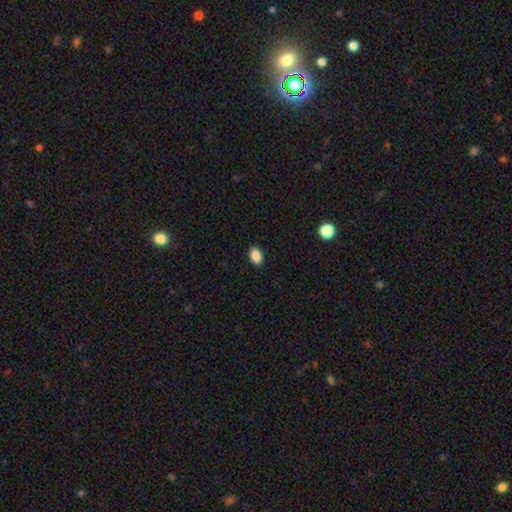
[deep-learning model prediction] smooth_or_featured: smooth (p=0.88) [alt: star or artifact p=0.08]
how_rounded: in between (p=0.88) [alt: round p=0.10]
merging: none (p=0.90) [alt: minor disturbance p=0.07]